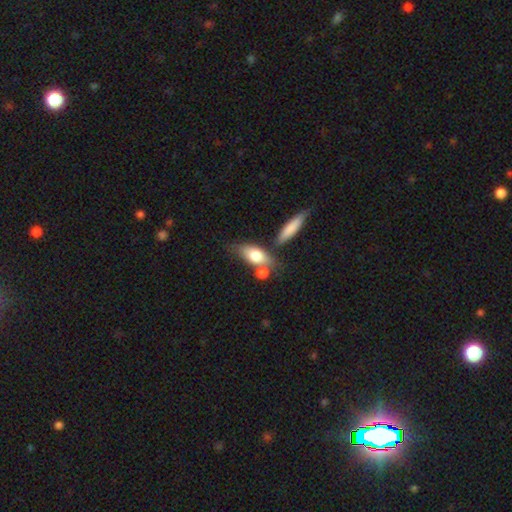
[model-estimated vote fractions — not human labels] A smooth galaxy with no disk features (72%) that is in between round and cigar-shaped (75%).

Vote fractions:
- Smooth or featured? smooth: 72% / featured or disk: 21% / star or artifact: 7%
- How rounded? in between: 75% / cigar-shaped: 19% / round: 6%
- Merging? none: 52% / merger: 26% / minor disturbance: 16% / major disturbance: 6%